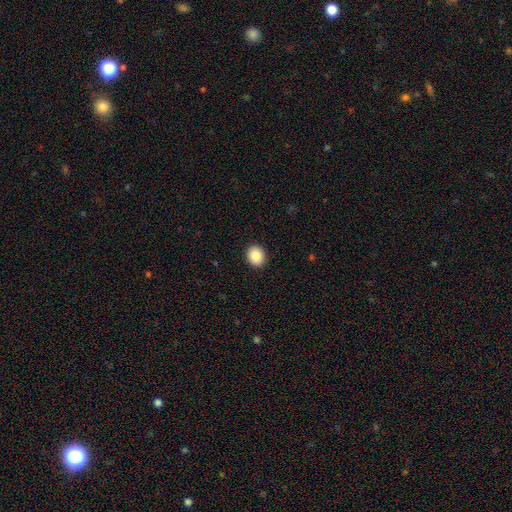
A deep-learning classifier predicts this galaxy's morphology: This appears to be a smooth galaxy with no disk features (88%) that is round (71%). Merging: none (92%).